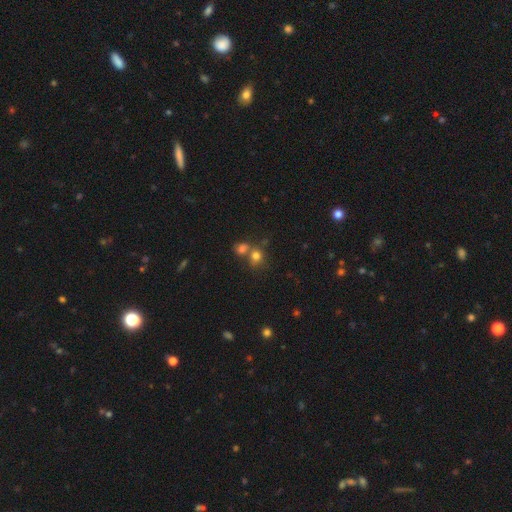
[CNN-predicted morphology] Smooth or featured? Predicted: smooth (p=0.75). How rounded? Predicted: round (p=0.77). Merging? Predicted: none (p=0.44, tied with merger).